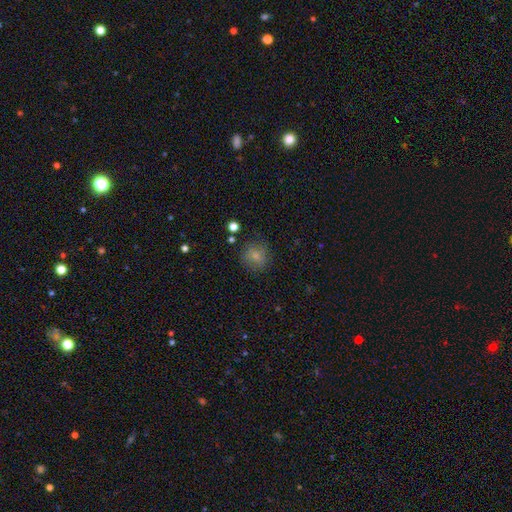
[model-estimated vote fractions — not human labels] Smooth or featured?
  - smooth: 75% *
  - featured or disk: 14%
  - star or artifact: 10%
How rounded?
  - round: 86% *
  - in between: 13%
  - cigar-shaped: 1%
Merging?
  - none: 76% *
  - minor disturbance: 16%
  - major disturbance: 6%
  - merger: 2%